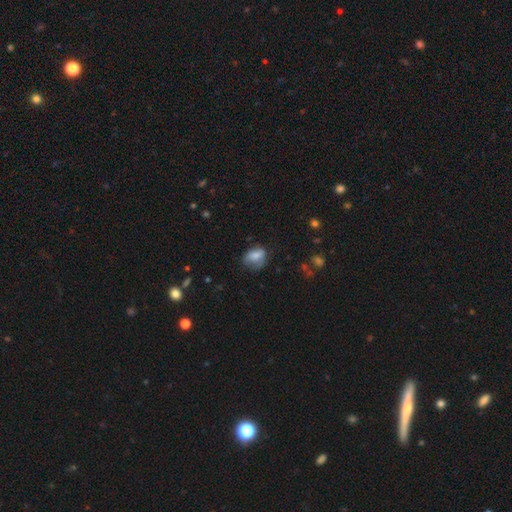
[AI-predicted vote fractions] This is likely a smooth galaxy (75%). How rounded: likely in between (67%). Merging: possibly none (46%).